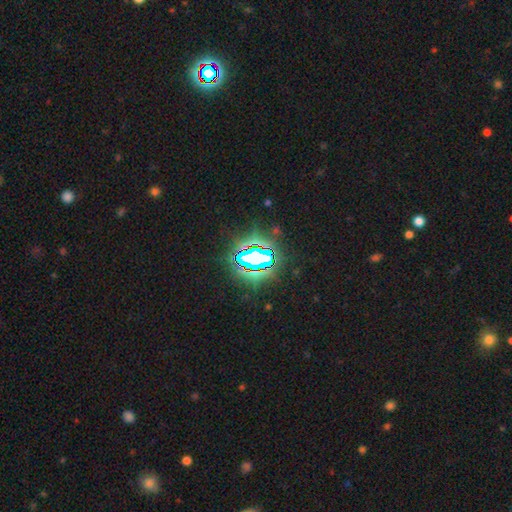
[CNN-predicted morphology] Smooth or featured? star or artifact (84%)